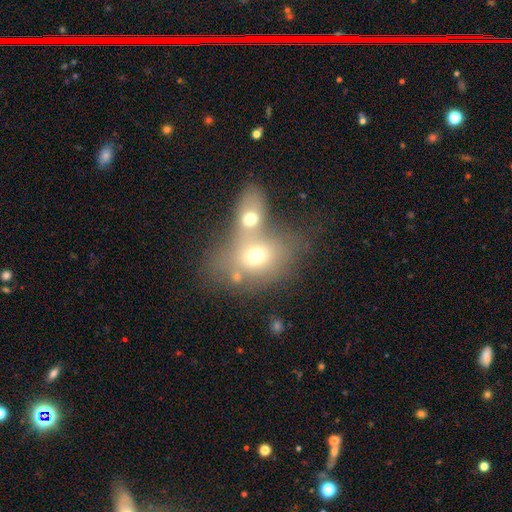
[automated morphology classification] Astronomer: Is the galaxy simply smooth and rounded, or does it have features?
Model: smooth — 52%.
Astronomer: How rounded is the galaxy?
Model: in between — 53% (runner-up: round, 44%).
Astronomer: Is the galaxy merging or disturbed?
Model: merger — 51% (runner-up: none, 33%).